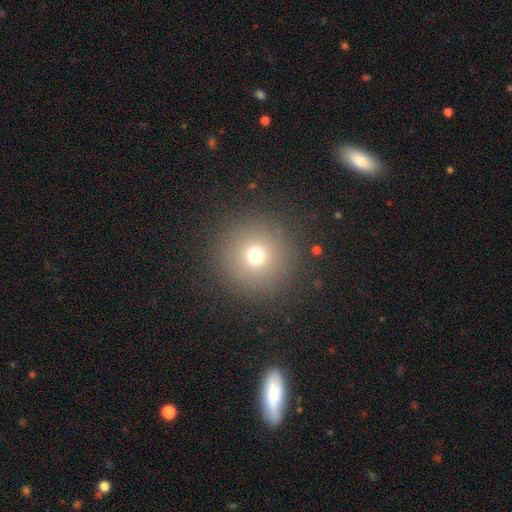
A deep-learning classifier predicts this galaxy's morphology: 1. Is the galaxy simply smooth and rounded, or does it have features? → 70% smooth, 20% star or artifact, 10% featured or disk.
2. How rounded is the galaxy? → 96% round, 3% in between, 1% cigar-shaped.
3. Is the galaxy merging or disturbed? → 90% none, 5% minor disturbance, 4% major disturbance, 1% merger.